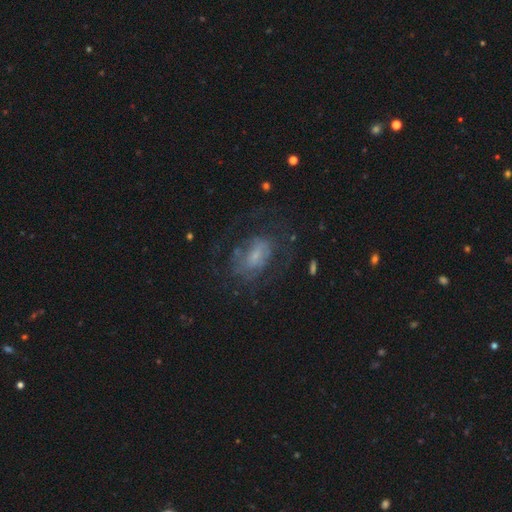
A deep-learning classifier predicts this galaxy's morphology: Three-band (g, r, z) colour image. It shows a featured or disk galaxy (58%) with no bar (48%), spiral arms (62%) and a small central bulge (51%). Merging: none (53%).